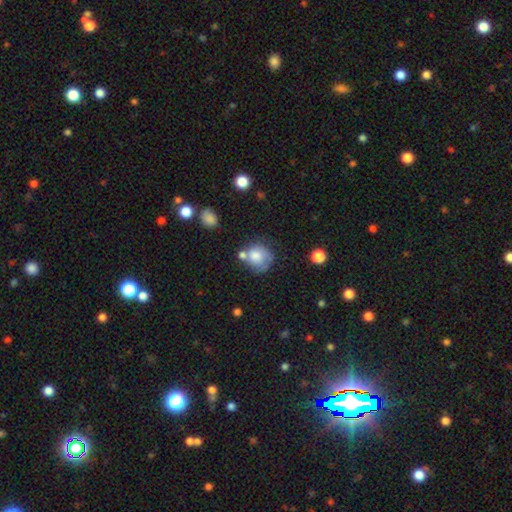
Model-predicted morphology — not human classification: Overall: smooth (60%; featured or disk 31%). How rounded: round (78%). Merging: none (45%; minor disturbance 23%).